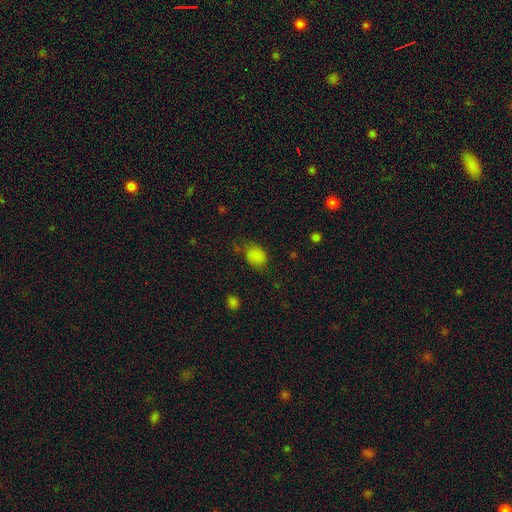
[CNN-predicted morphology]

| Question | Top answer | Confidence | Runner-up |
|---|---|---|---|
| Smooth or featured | smooth | 83% | star or artifact (11%) |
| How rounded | in between | 68% | round (31%) |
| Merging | none | 59% | minor disturbance (28%) |